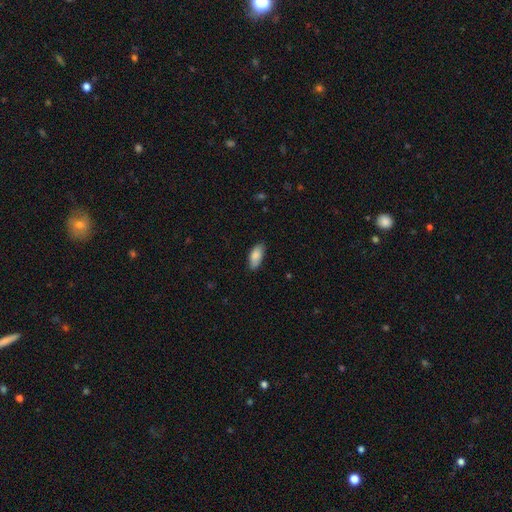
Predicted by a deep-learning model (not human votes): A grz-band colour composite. It shows a smooth galaxy with no disk features (87%) that is in between round and cigar-shaped (88%). Merging: none (81%).